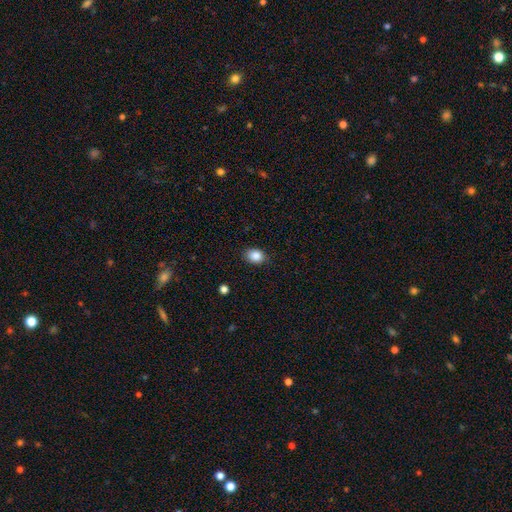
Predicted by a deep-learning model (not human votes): Overall: smooth (87%). How rounded: in between (62%; round 37%). Merging: none (86%).